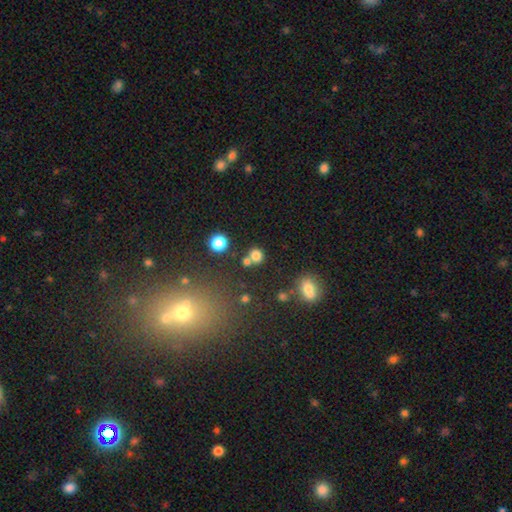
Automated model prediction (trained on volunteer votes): Overall: smooth (78%). How rounded: round (86%). Merging: none (63%; merger 24%).